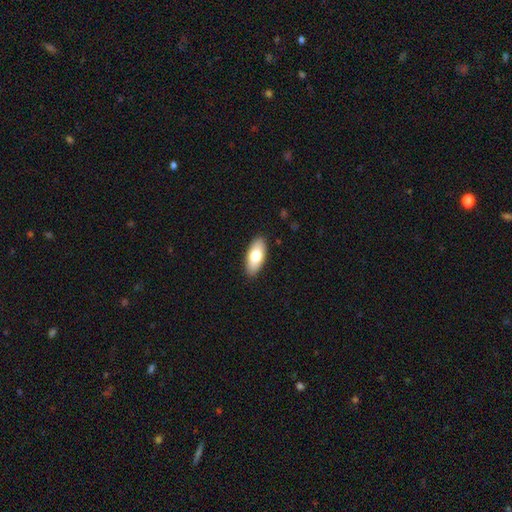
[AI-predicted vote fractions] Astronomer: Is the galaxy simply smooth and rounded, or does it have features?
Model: smooth — 73%.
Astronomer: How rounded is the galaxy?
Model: in between — 87%.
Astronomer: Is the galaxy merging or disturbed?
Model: none — 89%.